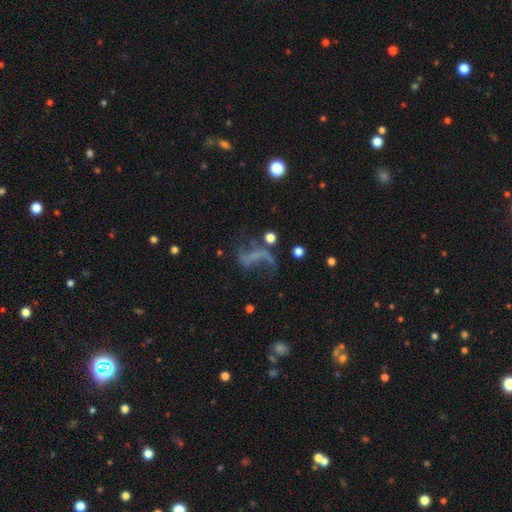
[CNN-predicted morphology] This is possibly a featured or disk galaxy (57%). It is clearly not viewed edge-on (95%). Bar: possibly no (59%). Spiral arm pattern: likely yes (60%). Central bulge: likely none (78%). Merging: marginally none (40%).